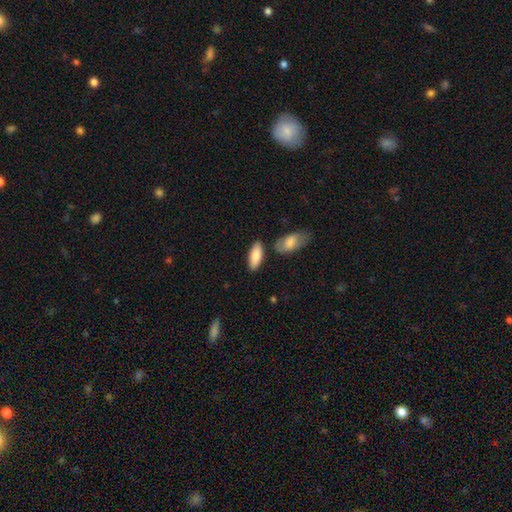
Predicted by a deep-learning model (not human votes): Smooth or featured? Predicted: smooth (p=0.83). How rounded? Predicted: in between (p=0.80). Merging? Predicted: none (p=0.74).